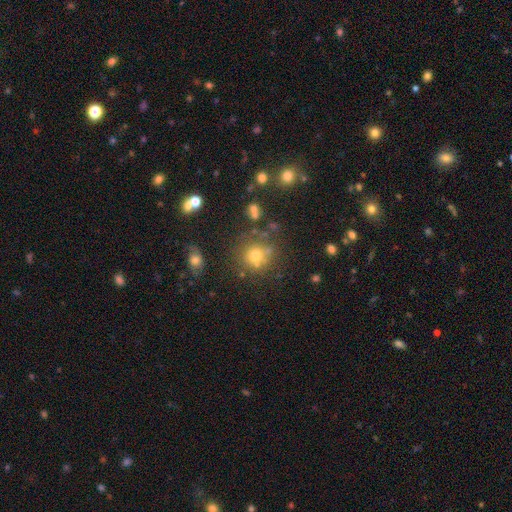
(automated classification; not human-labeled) A smooth galaxy with no disk features (70%) that is round (89%). Merging: none (69%).